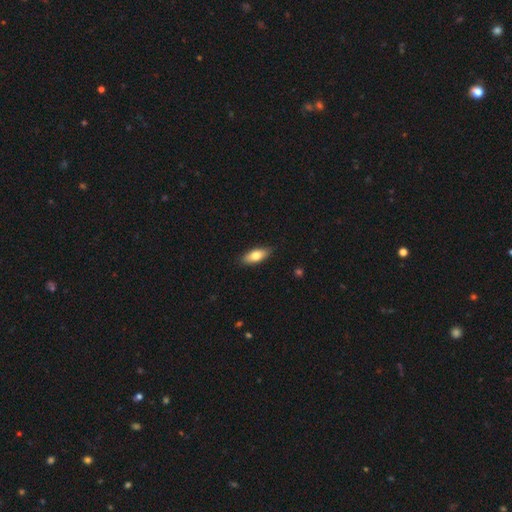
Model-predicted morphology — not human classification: Q: Smooth or featured?
A: smooth (73%); runner-up: featured or disk (21%)
Q: How rounded?
A: in between (78%); runner-up: cigar-shaped (19%)
Q: Merging?
A: none (88%); runner-up: minor disturbance (9%)